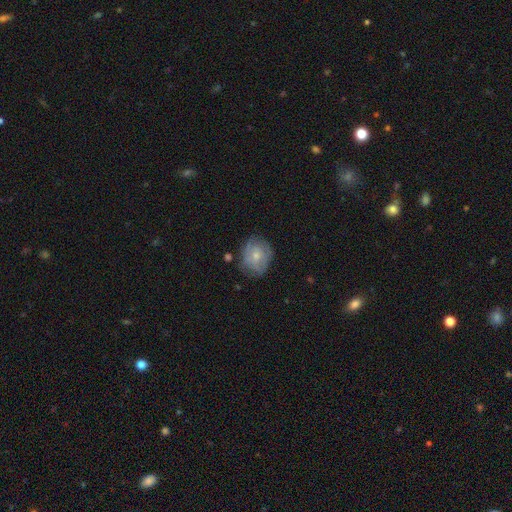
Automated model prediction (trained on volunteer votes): Q: Smooth or featured?
A: smooth (51%); runner-up: featured or disk (42%)
Q: How rounded?
A: round (70%); runner-up: in between (29%)
Q: Merging?
A: none (65%); runner-up: minor disturbance (24%)